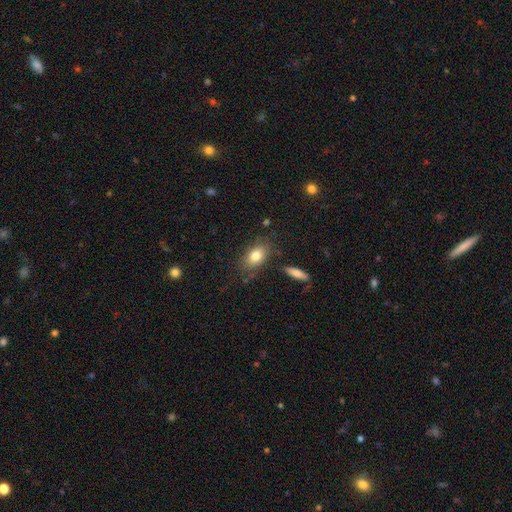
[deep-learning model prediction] A smooth galaxy with no disk features (79%) that is in between round and cigar-shaped (84%). Merging: none (77%).